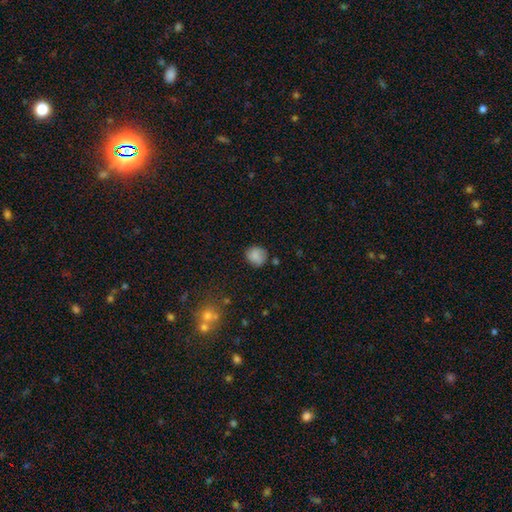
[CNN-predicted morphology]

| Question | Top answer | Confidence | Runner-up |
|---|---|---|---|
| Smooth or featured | smooth | 84% | star or artifact (9%) |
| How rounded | round | 81% | in between (18%) |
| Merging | none | 78% | minor disturbance (16%) |